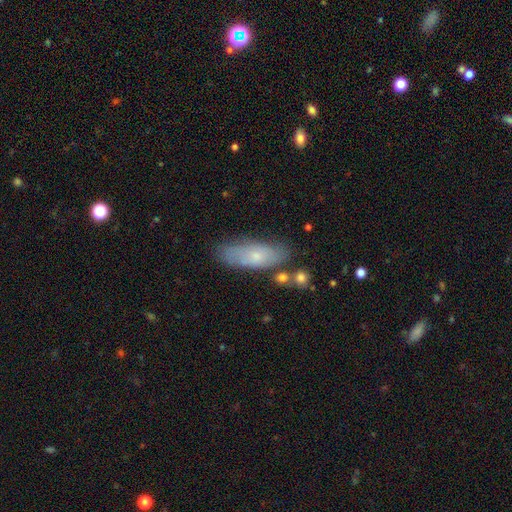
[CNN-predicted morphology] Q: Smooth or featured?
A: smooth (61%); runner-up: featured or disk (31%)
Q: How rounded?
A: in between (64%); runner-up: cigar-shaped (33%)
Q: Merging?
A: none (70%); runner-up: minor disturbance (19%)